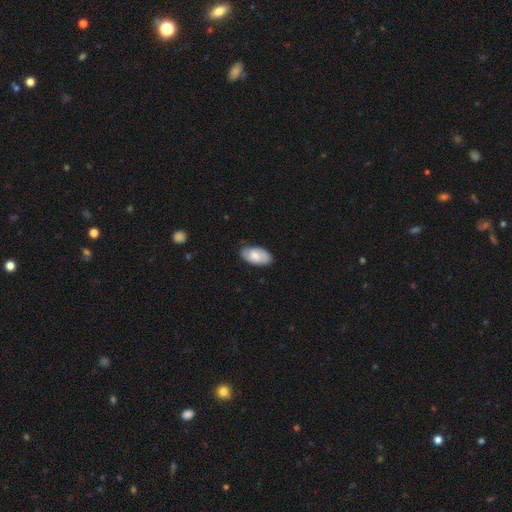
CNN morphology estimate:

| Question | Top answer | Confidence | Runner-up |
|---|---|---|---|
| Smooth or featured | smooth | 74% | featured or disk (20%) |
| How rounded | in between | 95% | round (3%) |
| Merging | none | 79% | minor disturbance (17%) |